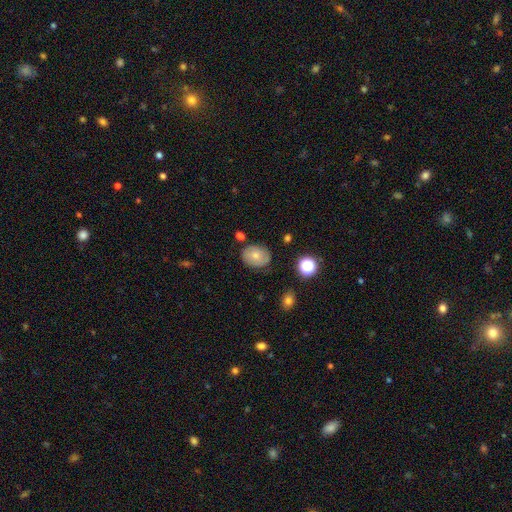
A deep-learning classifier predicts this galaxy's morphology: type=smooth (67%); roundness=in between (53%); merging=none (77%).